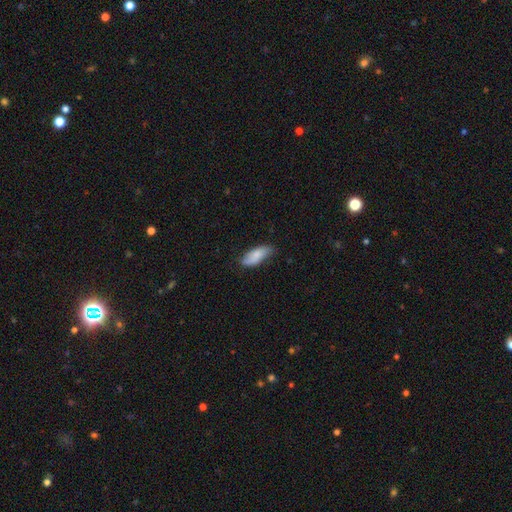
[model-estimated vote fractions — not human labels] smooth-or-featured: smooth: 80% | featured or disk: 14% | star or artifact: 6%
  how-rounded: in between: 79% | cigar-shaped: 19% | round: 2%
  merging: none: 67% | minor disturbance: 27% | major disturbance: 4% | merger: 2%